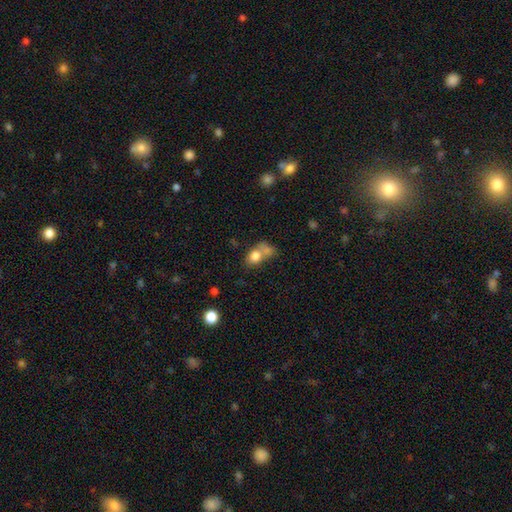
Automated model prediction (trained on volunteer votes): A smooth galaxy with no disk features (78%) that is in between round and cigar-shaped (60%). Merging: merger (47%).